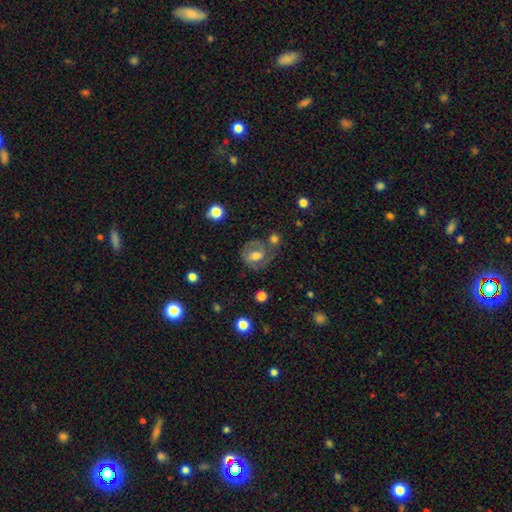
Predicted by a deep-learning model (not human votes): Q: Smooth or featured?
A: featured or disk (58%); runner-up: smooth (32%)
Q: Edge-on disk?
A: no (96%); runner-up: yes (4%)
Q: Bar?
A: weak (46%); runner-up: no (37%)
Q: Spiral arms?
A: yes (76%); runner-up: no (24%)
Q: Bulge size?
A: moderate (64%); runner-up: small (18%)
Q: Merging?
A: none (58%); runner-up: minor disturbance (20%)